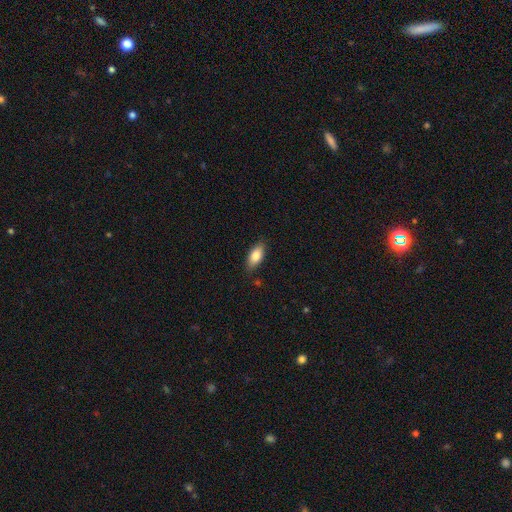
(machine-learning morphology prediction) Overall: smooth (81%). How rounded: in between (87%). Merging: none (85%).